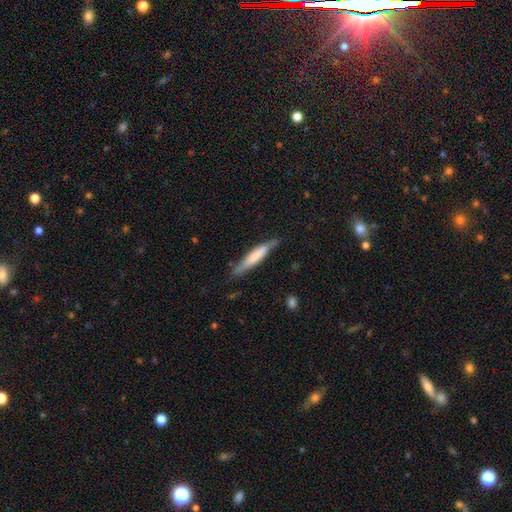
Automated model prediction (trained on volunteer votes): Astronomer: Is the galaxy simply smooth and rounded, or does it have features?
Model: smooth — 58% (runner-up: featured or disk, 37%).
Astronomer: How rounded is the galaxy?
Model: cigar-shaped — 89%.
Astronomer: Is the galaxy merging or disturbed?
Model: none — 73%.